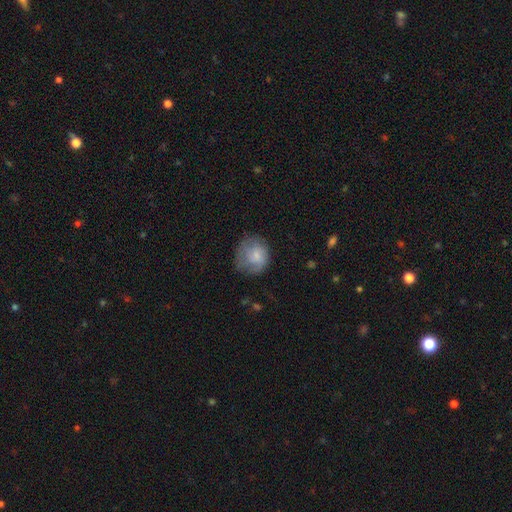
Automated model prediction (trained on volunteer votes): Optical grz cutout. It shows a smooth galaxy with no disk features (71%) that is round (79%). Merging: none (58%).